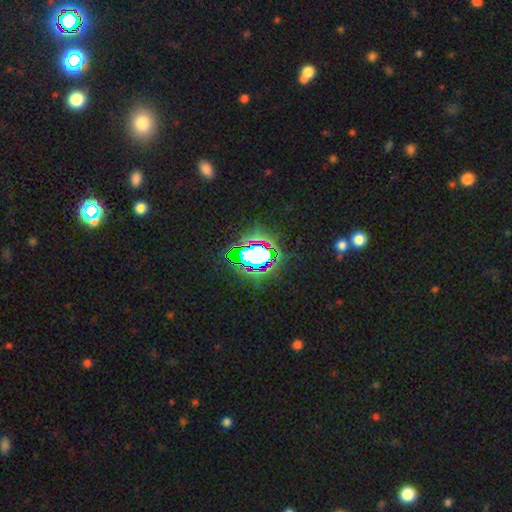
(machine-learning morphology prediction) star or artifact 63%, smooth 21%, featured or disk 16%.